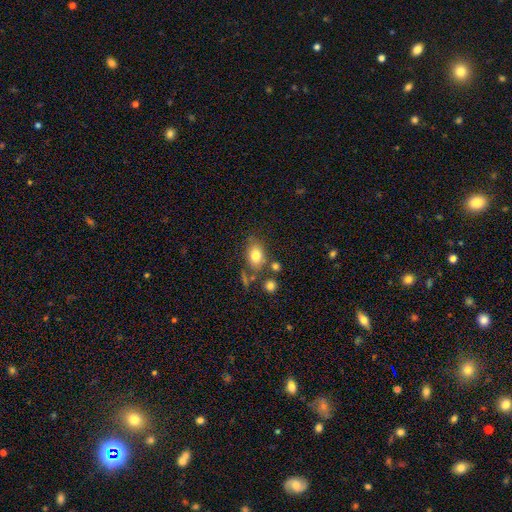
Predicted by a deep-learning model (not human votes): smooth 79%, featured or disk 12%, star or artifact 10%. Down the decision tree: how rounded — in between (78%); merging — none (64%).